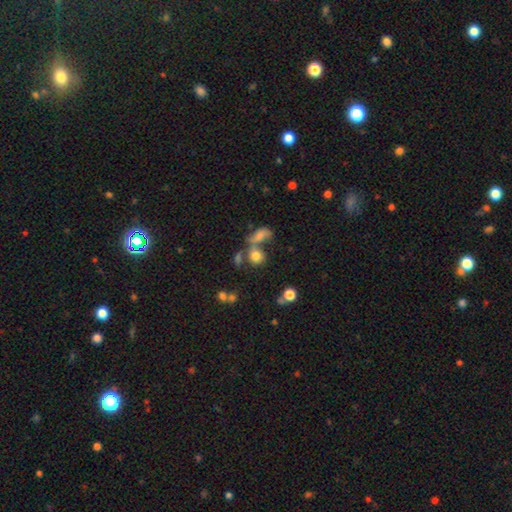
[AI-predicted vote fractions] This is likely a smooth galaxy (75%). How rounded: likely round (71%). Merging: possibly none (48%).